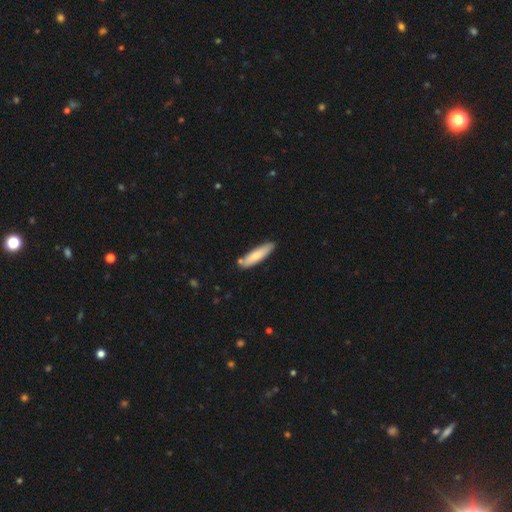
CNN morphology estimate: This is likely a smooth galaxy (75%). How rounded: likely cigar-shaped (75%). Merging: likely none (80%).